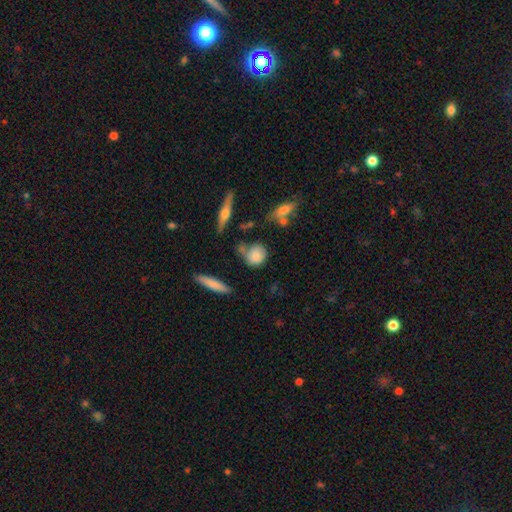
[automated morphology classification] A smooth galaxy with no disk features (77%) that is round (67%). Merging: none (55%).